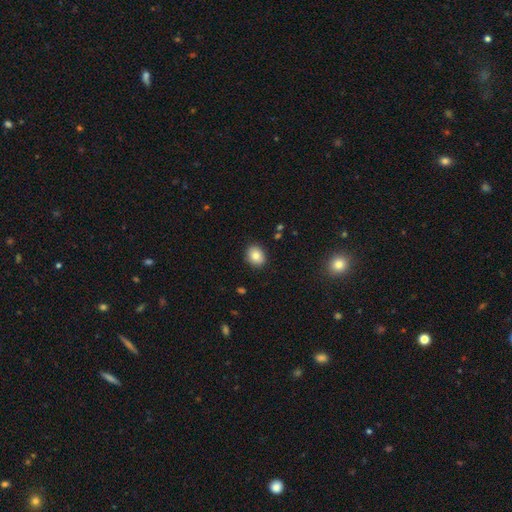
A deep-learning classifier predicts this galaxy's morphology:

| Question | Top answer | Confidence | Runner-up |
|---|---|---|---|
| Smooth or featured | smooth | 81% | featured or disk (10%) |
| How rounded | round | 56% | in between (43%) |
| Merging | none | 89% | minor disturbance (8%) |